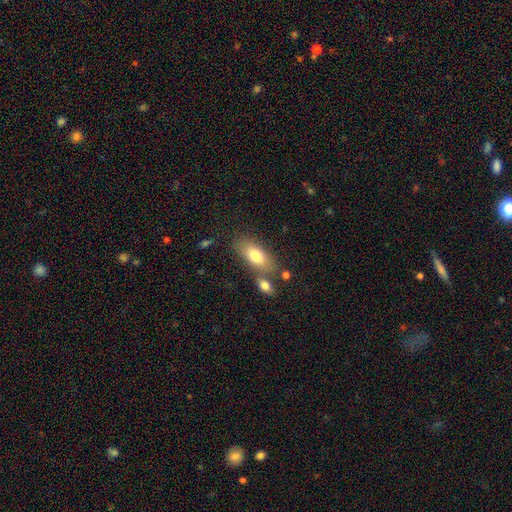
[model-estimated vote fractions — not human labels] Smooth or featured?
  - smooth: 76% *
  - featured or disk: 17%
  - star or artifact: 7%
How rounded?
  - in between: 84% *
  - cigar-shaped: 12%
  - round: 4%
Merging?
  - none: 63% *
  - merger: 20%
  - minor disturbance: 13%
  - major disturbance: 4%